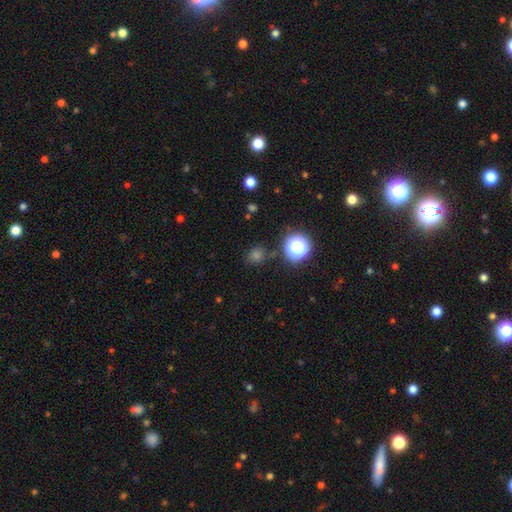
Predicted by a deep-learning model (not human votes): A smooth galaxy with no disk features (64%) that is round (83%). Merging: none (83%).